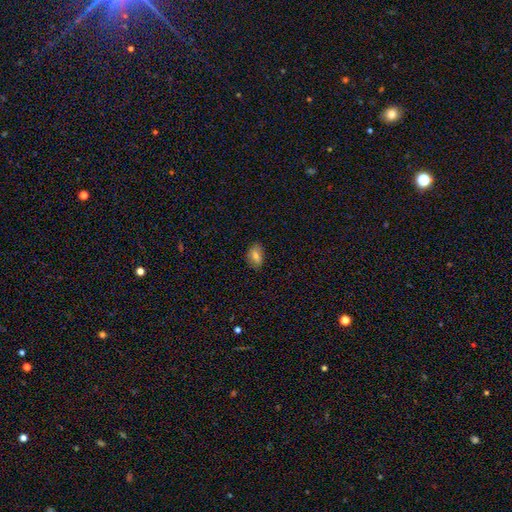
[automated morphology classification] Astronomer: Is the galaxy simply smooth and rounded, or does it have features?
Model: smooth — 77%.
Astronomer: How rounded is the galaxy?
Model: in between — 79%.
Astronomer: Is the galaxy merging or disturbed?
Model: none — 82%.